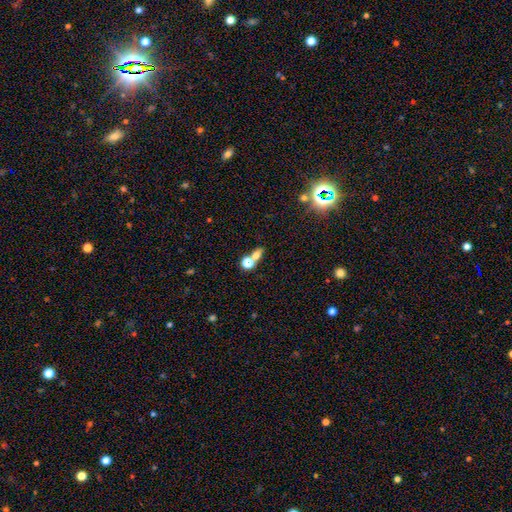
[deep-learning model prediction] A smooth galaxy with no disk features (66%) that is in between round and cigar-shaped (54%).

Vote fractions:
- Smooth or featured? smooth: 66% / star or artifact: 19% / featured or disk: 15%
- How rounded? in between: 54% / round: 40% / cigar-shaped: 6%
- Merging? merger: 46% / none: 41% / minor disturbance: 8% / major disturbance: 5%